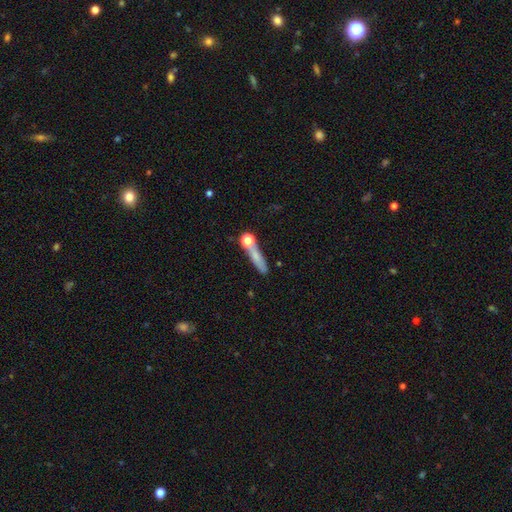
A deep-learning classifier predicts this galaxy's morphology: This appears to be a smooth galaxy with no disk features (62%) that is cigar-shaped (71%). Merging: none (58%).